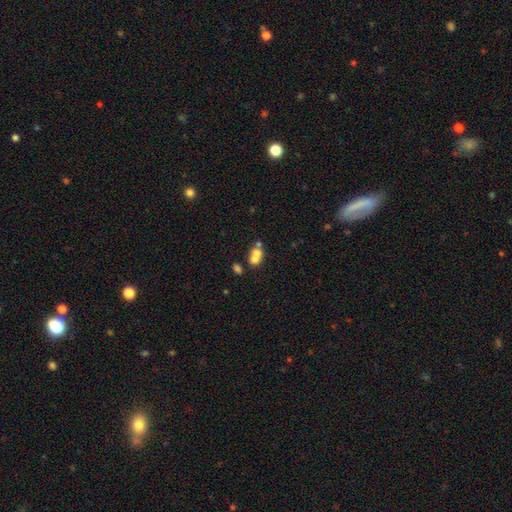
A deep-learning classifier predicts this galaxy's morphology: Smooth or featured: smooth — 63% (featured or disk — 24%)
How rounded: in between — 50% (round — 49%)
Merging: merger — 62% (none — 26%)